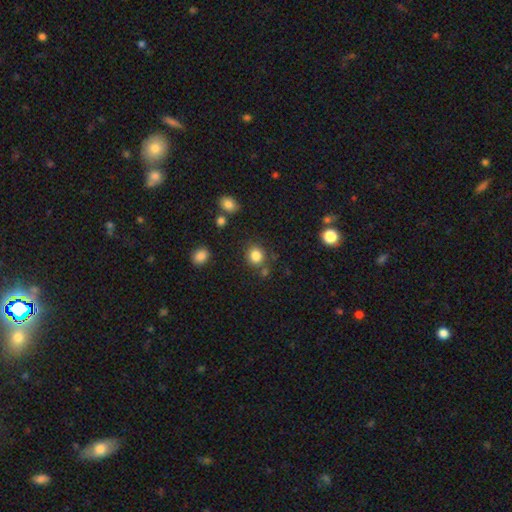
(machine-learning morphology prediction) type=smooth (84%); roundness=round (80%); merging=none (77%).